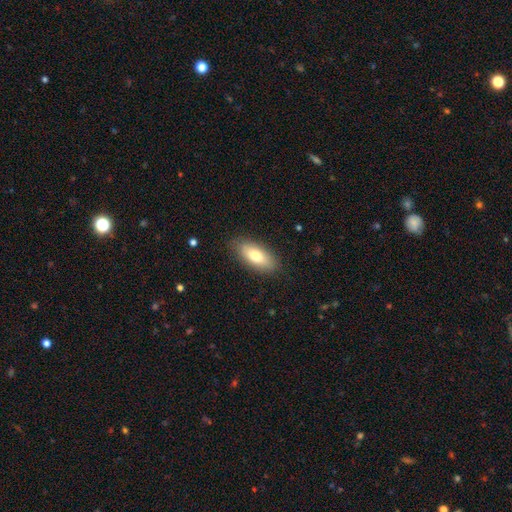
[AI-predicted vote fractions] Smooth or featured? Predicted: smooth (p=0.74). How rounded? Predicted: in between (p=0.84). Merging? Predicted: none (p=0.86).